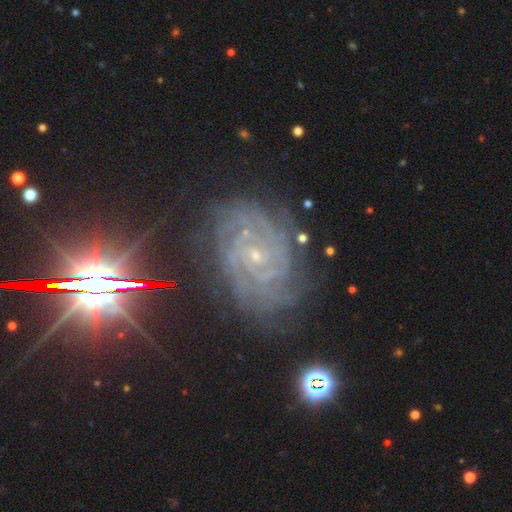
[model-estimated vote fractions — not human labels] A featured or disk galaxy (82%) with no bar (65%), tight (76%) spiral arms (98%) and a small central bulge (83%).

Vote fractions:
- Smooth or featured? featured or disk: 82% / star or artifact: 13% / smooth: 6%
- Edge-on disk? no: 96% / yes: 4%
- Bar? no: 65% / weak: 26% / strong: 9%
- Spiral arms? yes: 98% / no: 2%
- Spiral winding? tight: 76% / medium: 20% / loose: 4%
- Spiral arm count? can't tell: 27% / 4: 18% / more than 4: 16% / 2: 16% / 3: 15% / 1: 9%
- Bulge size? small: 83% / moderate: 13% / none: 2% / large: 1% / dominant: 1%
- Merging? none: 77% / minor disturbance: 16% / major disturbance: 6% / merger: 2%